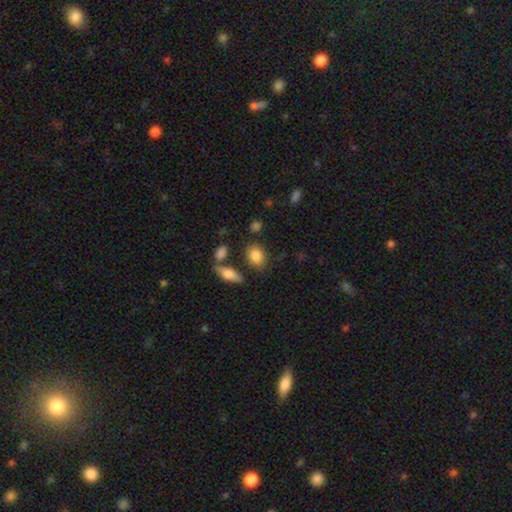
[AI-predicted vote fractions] smooth-or-featured: smooth: 85% | featured or disk: 8% | star or artifact: 8%
  how-rounded: in between: 64% | round: 34% | cigar-shaped: 2%
  merging: none: 76% | minor disturbance: 12% | merger: 8% | major disturbance: 4%